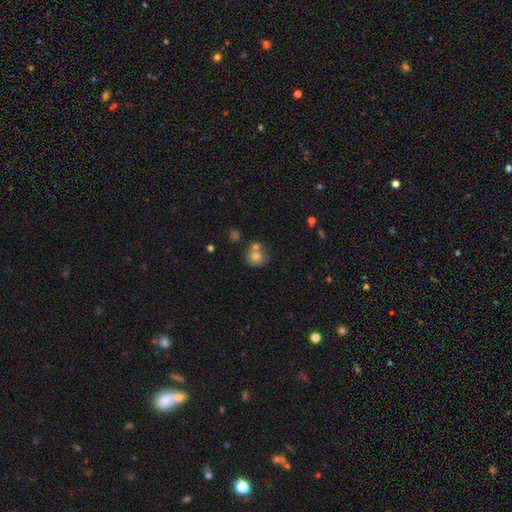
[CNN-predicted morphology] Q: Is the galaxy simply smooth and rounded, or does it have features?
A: smooth — 76%.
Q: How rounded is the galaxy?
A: round — 79%.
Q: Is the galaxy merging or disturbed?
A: none — 47%.